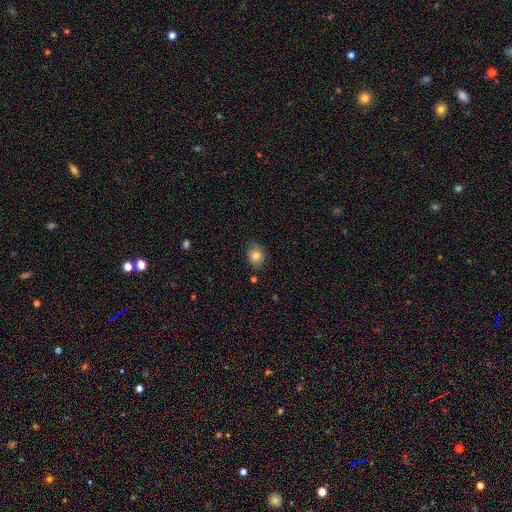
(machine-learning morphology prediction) This is likely a smooth galaxy (75%). How rounded: possibly in between (55%). Merging: likely none (72%).